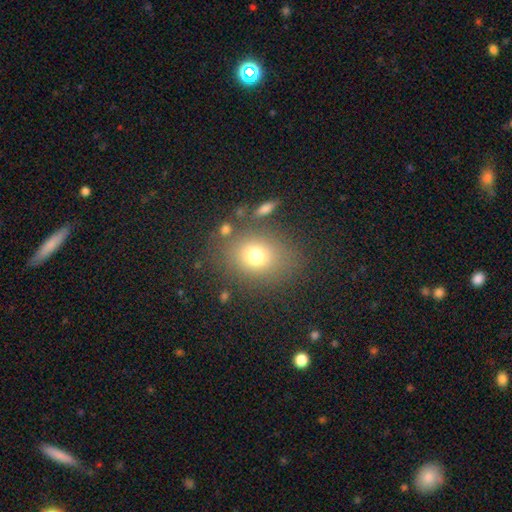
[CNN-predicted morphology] A smooth galaxy with no disk features (73%) that is round (61%). Merging: none (77%).